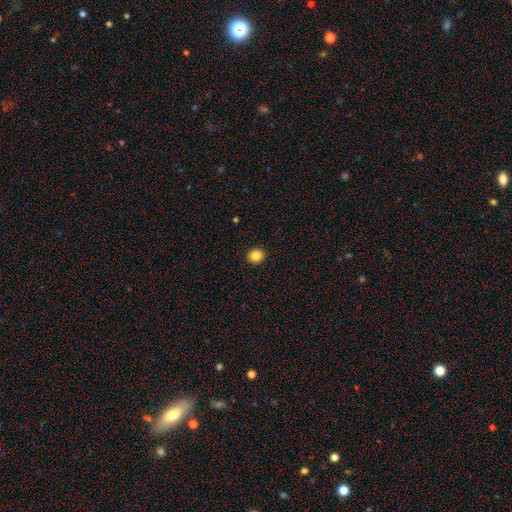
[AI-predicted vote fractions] Overall: smooth (85%). How rounded: round (78%). Merging: none (92%).